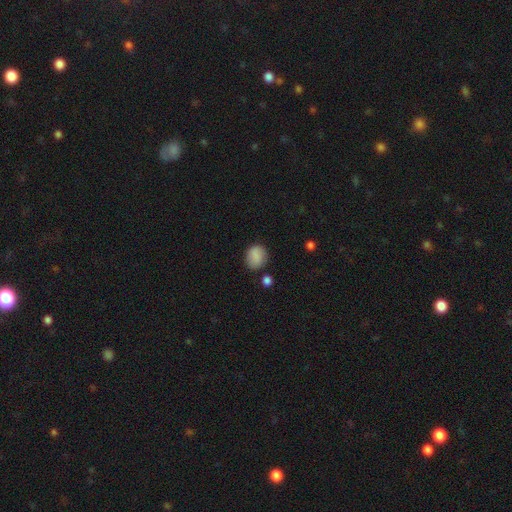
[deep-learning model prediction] smooth 83%, star or artifact 9%, featured or disk 8%. Down the decision tree: how rounded — round (62%); merging — none (78%).